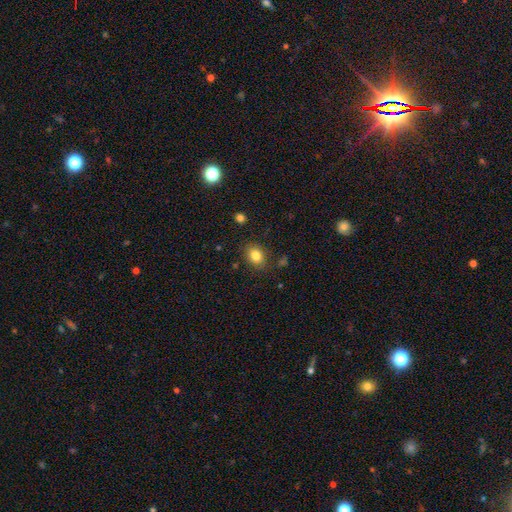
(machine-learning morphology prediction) This appears to be a smooth galaxy with no disk features (82%) that is in between round and cigar-shaped (60%). Merging: none (83%).